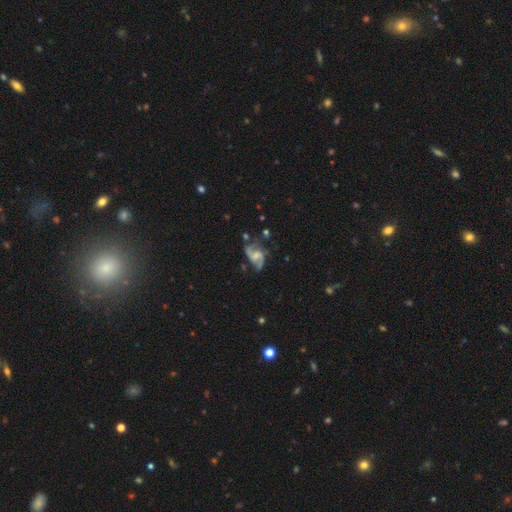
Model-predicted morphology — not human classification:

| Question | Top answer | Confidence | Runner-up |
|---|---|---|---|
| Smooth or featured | featured or disk | 82% | smooth (11%) |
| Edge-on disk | no | 98% | yes (2%) |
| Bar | weak | 44% | tied: no (44%) |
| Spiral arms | yes | 94% | no (6%) |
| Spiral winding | medium | 47% | loose (40%) |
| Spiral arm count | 2 | 82% | can't tell (6%) |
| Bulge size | small | 36% | moderate (35%) |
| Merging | none | 51% | minor disturbance (22%) |